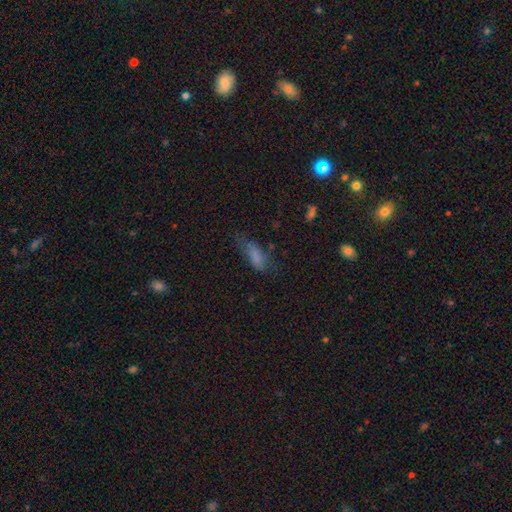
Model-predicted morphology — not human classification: This appears to be a smooth galaxy with no disk features (74%) that is in between round and cigar-shaped (68%). Merging: none (44%).